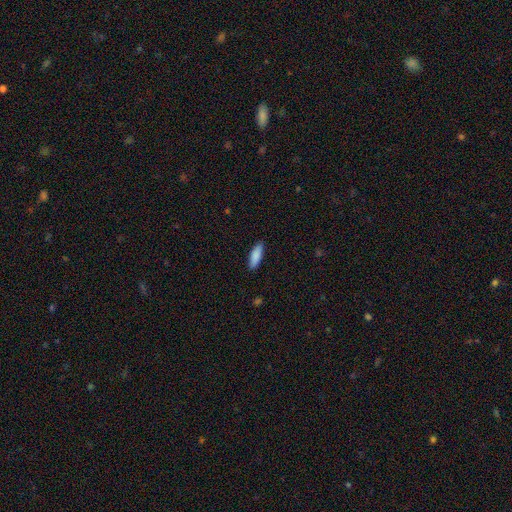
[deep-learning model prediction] Smooth or featured: smooth — 87% (featured or disk — 7%)
How rounded: in between — 56% (cigar-shaped — 42%)
Merging: none — 88% (minor disturbance — 9%)